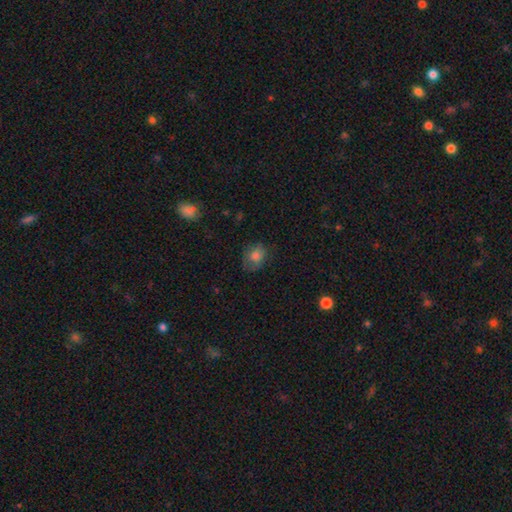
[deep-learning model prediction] smooth 77%, featured or disk 13%, star or artifact 10%. Down the decision tree: how rounded — in between (55%); merging — none (68%).